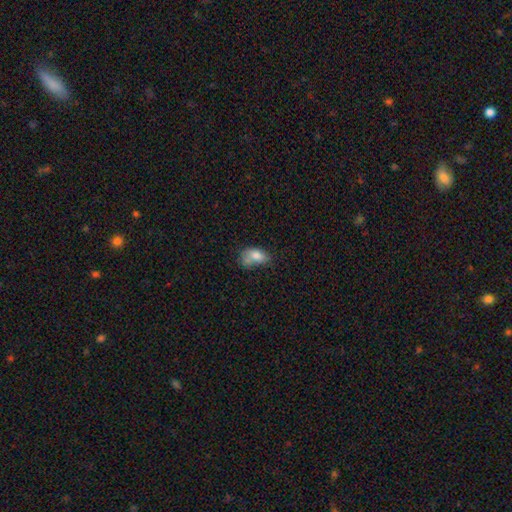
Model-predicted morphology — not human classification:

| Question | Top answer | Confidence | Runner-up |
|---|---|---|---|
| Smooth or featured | smooth | 78% | featured or disk (13%) |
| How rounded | in between | 87% | round (10%) |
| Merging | none | 36% | minor disturbance (31%) |